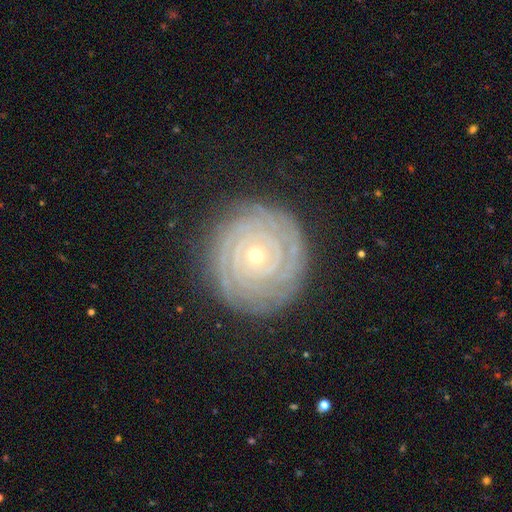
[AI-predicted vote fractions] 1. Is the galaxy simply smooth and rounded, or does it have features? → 87% featured or disk, 6% smooth, 6% star or artifact.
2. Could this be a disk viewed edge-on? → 97% no, 3% yes.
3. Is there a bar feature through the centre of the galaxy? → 82% no, 12% weak, 7% strong.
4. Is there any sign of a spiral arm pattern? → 98% yes, 2% no.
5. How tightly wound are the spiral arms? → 92% tight, 6% medium, 1% loose.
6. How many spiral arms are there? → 32% 2, 20% can't tell, 17% 3, 13% 4, 10% more than 4, 7% 1.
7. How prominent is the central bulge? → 70% small, 27% moderate, 1% large, 1% dominant, 1% none.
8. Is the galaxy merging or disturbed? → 85% none, 11% minor disturbance, 3% major disturbance, 1% merger.